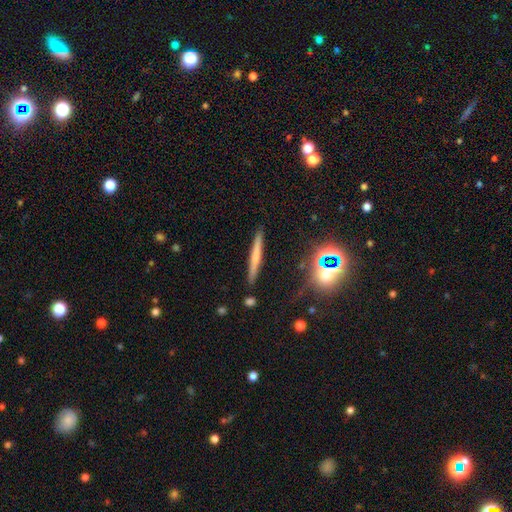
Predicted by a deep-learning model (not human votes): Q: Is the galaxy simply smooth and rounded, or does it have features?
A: smooth — 50%.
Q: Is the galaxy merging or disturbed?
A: none — 88%.